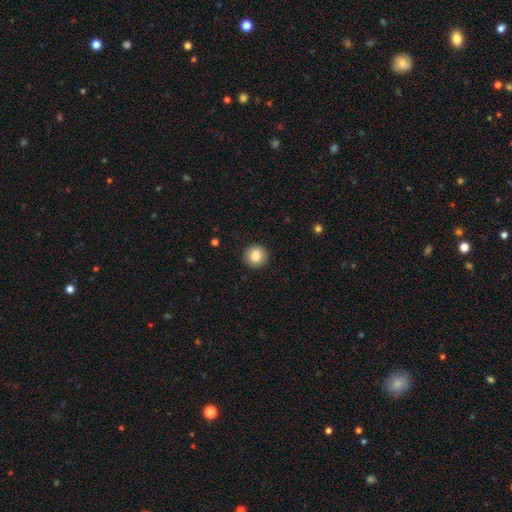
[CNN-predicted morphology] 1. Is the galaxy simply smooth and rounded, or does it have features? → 87% smooth, 8% star or artifact, 5% featured or disk.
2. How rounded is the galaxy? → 93% round, 6% in between, 1% cigar-shaped.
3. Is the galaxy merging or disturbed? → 91% none, 6% minor disturbance, 2% major disturbance, 1% merger.